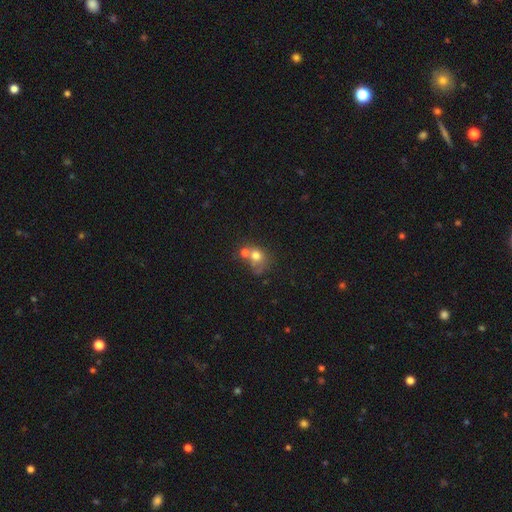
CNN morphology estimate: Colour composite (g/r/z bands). It shows a smooth galaxy with no disk features (69%) that is round (69%). Merging: merger (55%).